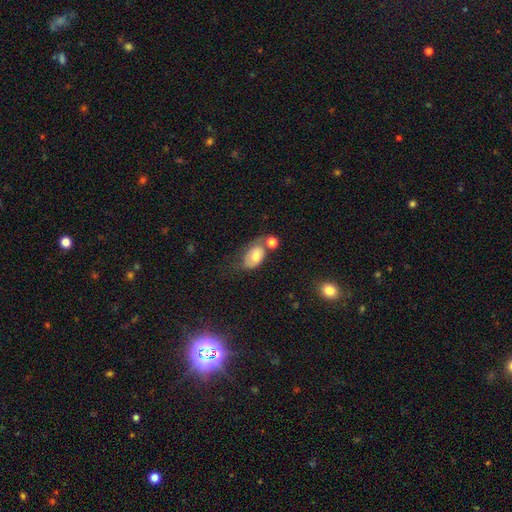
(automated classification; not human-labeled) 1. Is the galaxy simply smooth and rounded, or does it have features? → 69% smooth, 22% featured or disk, 8% star or artifact.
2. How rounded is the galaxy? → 88% in between, 10% round, 2% cigar-shaped.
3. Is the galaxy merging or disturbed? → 34% none, 25% minor disturbance, 25% merger, 15% major disturbance.